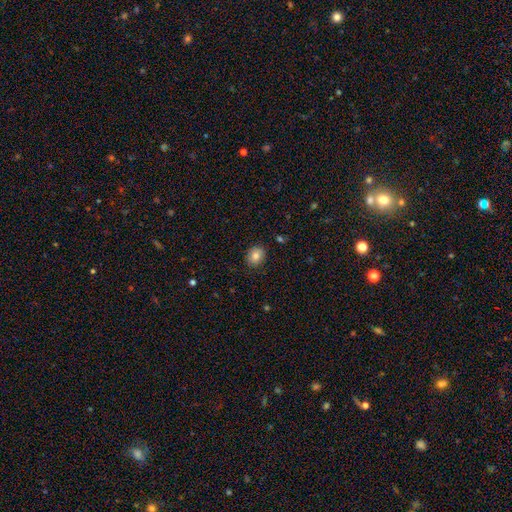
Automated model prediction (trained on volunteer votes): This is clearly a smooth galaxy (81%). How rounded: possibly round (60%). Merging: clearly none (87%).